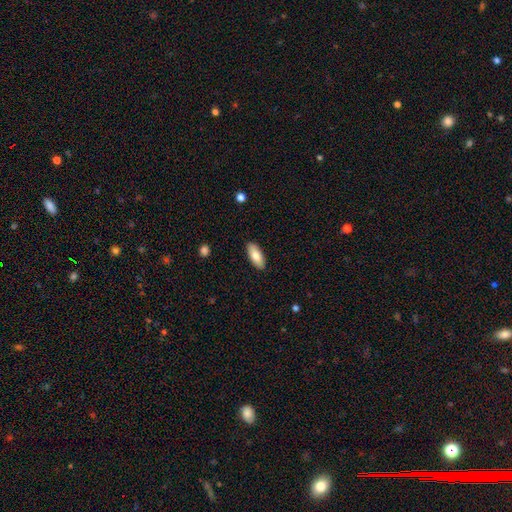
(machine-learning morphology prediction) A smooth galaxy with no disk features (82%) that is in between round and cigar-shaped (82%).

Vote fractions:
- Smooth or featured? smooth: 82% / featured or disk: 12% / star or artifact: 6%
- How rounded? in between: 82% / cigar-shaped: 17% / round: 2%
- Merging? none: 89% / minor disturbance: 8% / major disturbance: 2% / merger: 1%